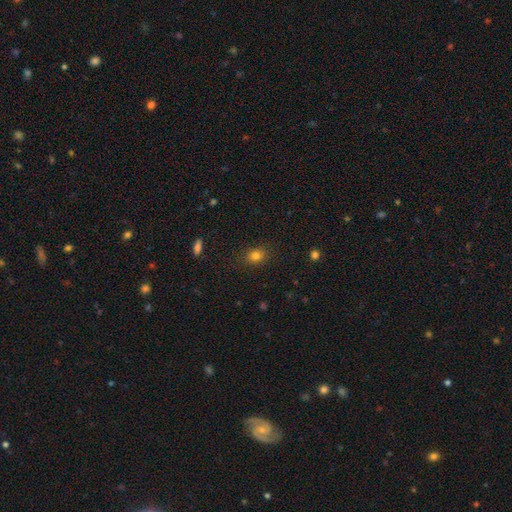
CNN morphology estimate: This appears to be a smooth galaxy with no disk features (81%) that is in between round and cigar-shaped (50%). Merging: none (85%).